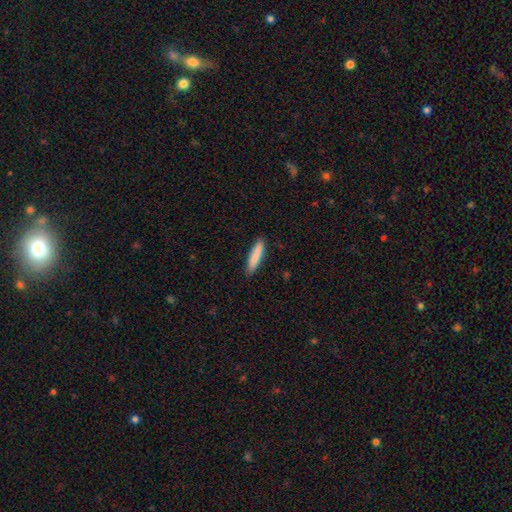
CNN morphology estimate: A smooth galaxy with no disk features (85%) that is cigar-shaped (85%). Merging: none (88%).